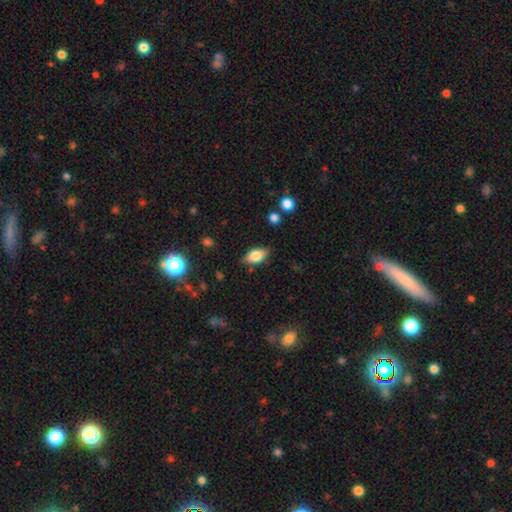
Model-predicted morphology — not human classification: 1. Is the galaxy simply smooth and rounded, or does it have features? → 66% smooth, 25% featured or disk, 9% star or artifact.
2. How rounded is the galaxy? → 85% in between, 8% round, 7% cigar-shaped.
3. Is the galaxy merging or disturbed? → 80% none, 15% minor disturbance, 3% major disturbance, 2% merger.